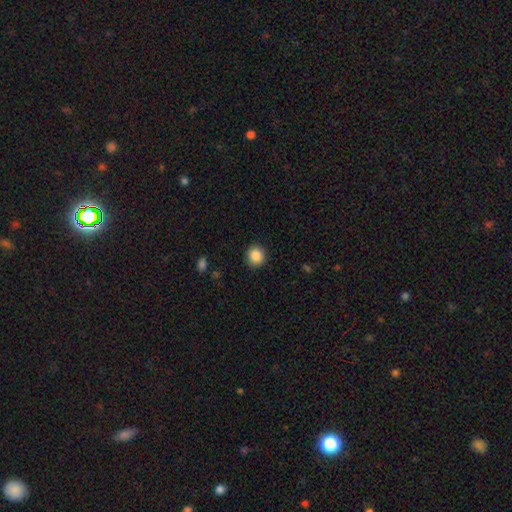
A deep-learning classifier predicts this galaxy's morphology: A smooth galaxy with no disk features (87%) that is round (89%). Merging: none (91%).